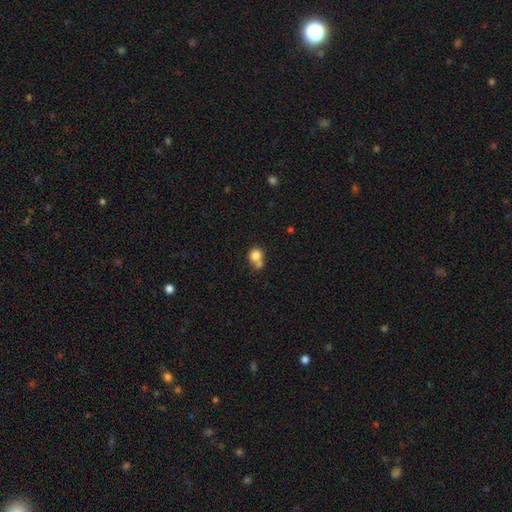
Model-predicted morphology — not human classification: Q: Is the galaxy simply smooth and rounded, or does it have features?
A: smooth — 80%.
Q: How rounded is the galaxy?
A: round — 77%.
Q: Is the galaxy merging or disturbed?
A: merger — 41%, tied with none.